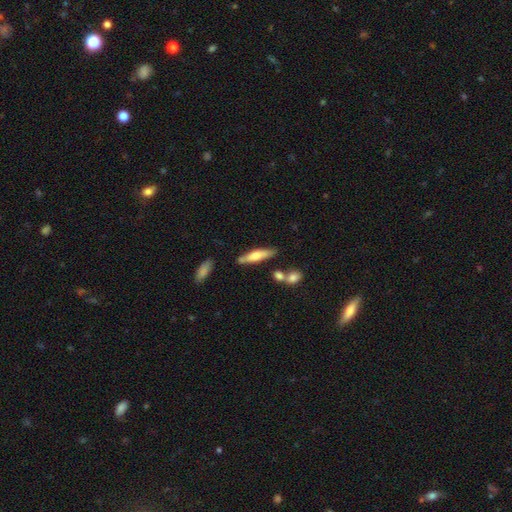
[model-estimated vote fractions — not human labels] Overall: smooth (56%; featured or disk 38%). How rounded: cigar-shaped (75%). Merging: none (72%).